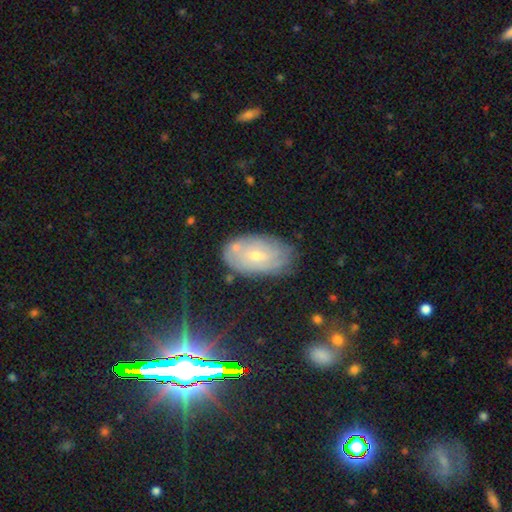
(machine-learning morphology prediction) A featured or disk galaxy (55%) with no bar (61%), spiral arms (65%) and a small central bulge (63%).

Vote fractions:
- Smooth or featured? featured or disk: 55% / smooth: 34% / star or artifact: 11%
- Edge-on disk? no: 92% / yes: 8%
- Bar? no: 61% / weak: 33% / strong: 6%
- Spiral arms? yes: 65% / no: 35%
- Bulge size? small: 63% / moderate: 33% / none: 1% / large: 1% / dominant: 1%
- Merging? none: 73% / minor disturbance: 18% / major disturbance: 5% / merger: 4%